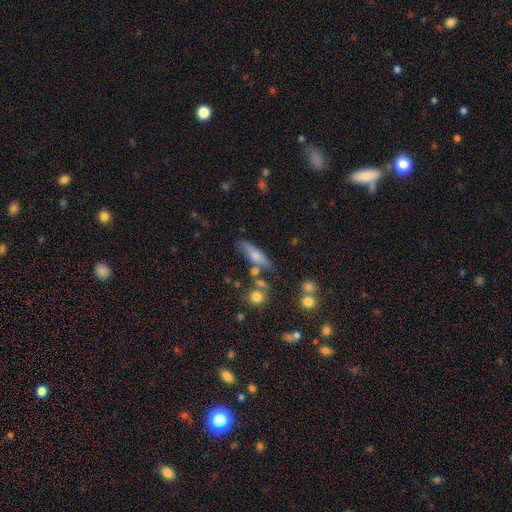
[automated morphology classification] A smooth galaxy with no disk features (66%) that is cigar-shaped (58%). Merging: none (62%).